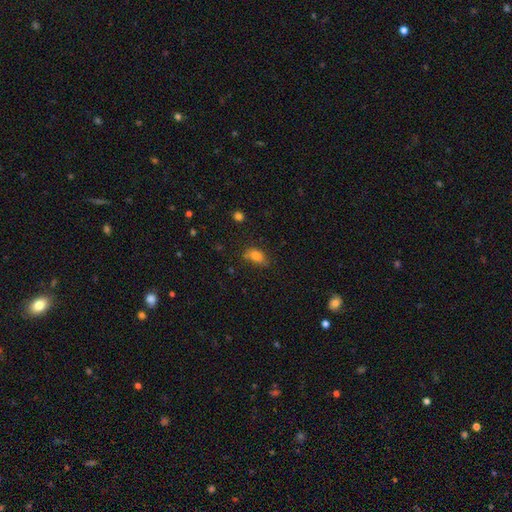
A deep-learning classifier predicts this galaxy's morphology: This appears to be a smooth galaxy with no disk features (81%) that is in between round and cigar-shaped (83%). Merging: none (60%).